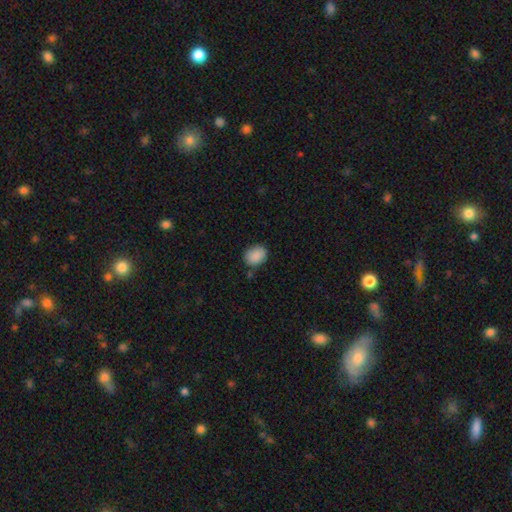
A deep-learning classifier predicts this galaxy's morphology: This is clearly a smooth galaxy (89%). How rounded: possibly in between (60%). Merging: likely none (77%).